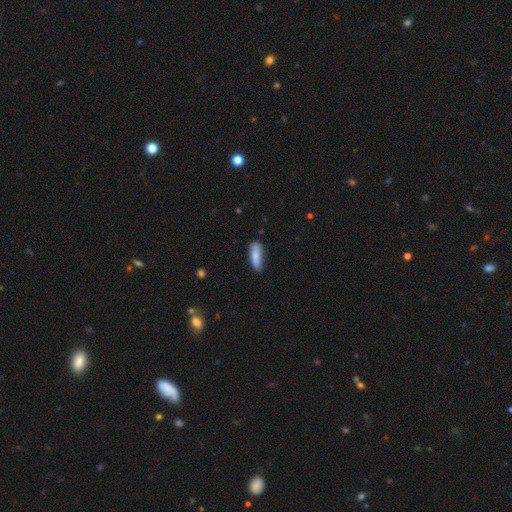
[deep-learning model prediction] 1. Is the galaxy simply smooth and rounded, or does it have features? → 81% smooth, 12% featured or disk, 6% star or artifact.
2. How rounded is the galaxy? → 53% cigar-shaped, 45% in between, 2% round.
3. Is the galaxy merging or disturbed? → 75% none, 20% minor disturbance, 3% major disturbance, 2% merger.